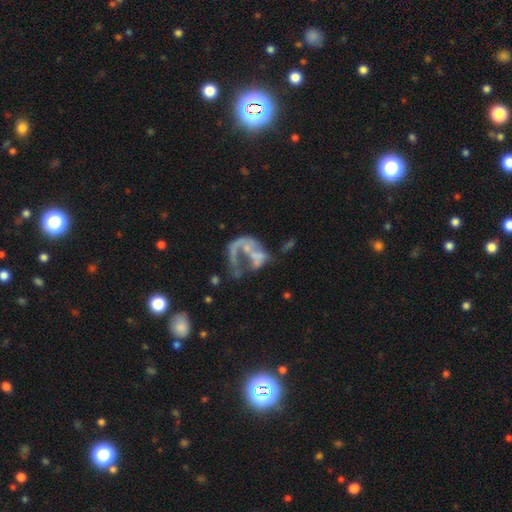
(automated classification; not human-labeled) This appears to be a featured or disk galaxy (67%) with no bar (82%), no spiral arms (60%) and no central bulge (65%). Merging: major disturbance (45%).